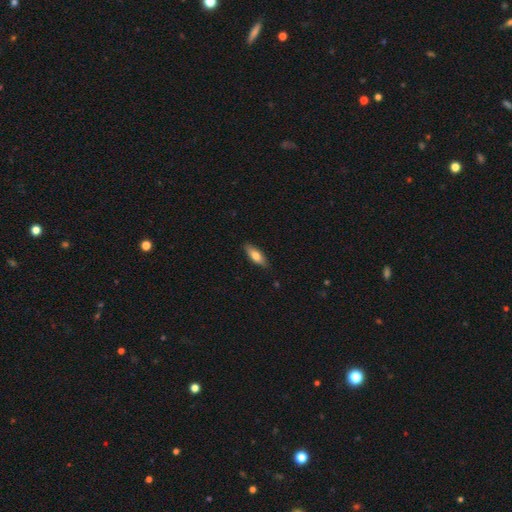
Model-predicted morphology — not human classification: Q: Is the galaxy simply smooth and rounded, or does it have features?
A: smooth — 72%.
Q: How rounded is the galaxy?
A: in between — 65%.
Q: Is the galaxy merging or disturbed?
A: none — 84%.